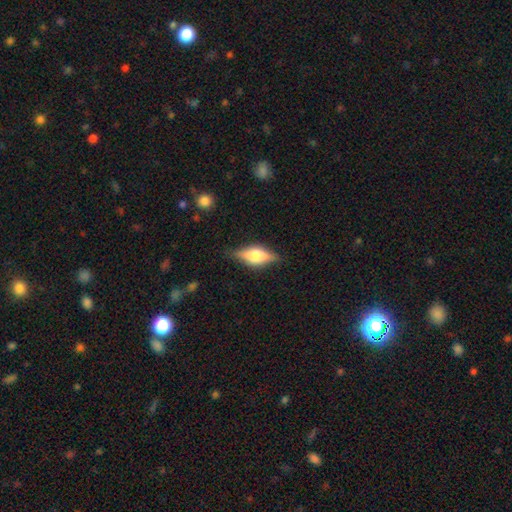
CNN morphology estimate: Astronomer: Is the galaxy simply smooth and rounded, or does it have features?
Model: featured or disk — 50% (runner-up: smooth, 42%).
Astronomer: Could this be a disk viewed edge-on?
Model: yes — 91%.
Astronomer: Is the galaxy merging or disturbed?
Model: none — 80%.